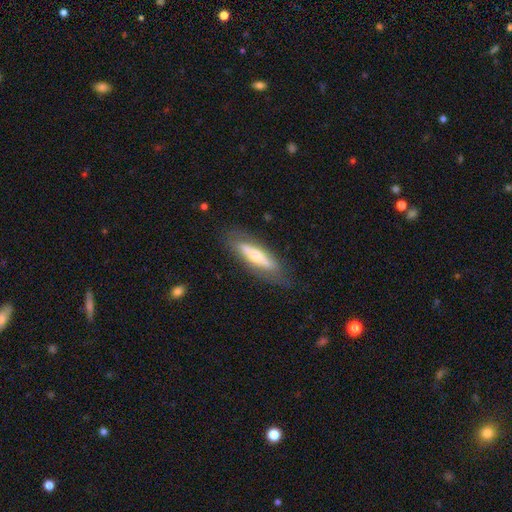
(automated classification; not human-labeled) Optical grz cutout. It shows a featured or disk galaxy (50%) viewed edge-on (59%). Merging: none (76%).